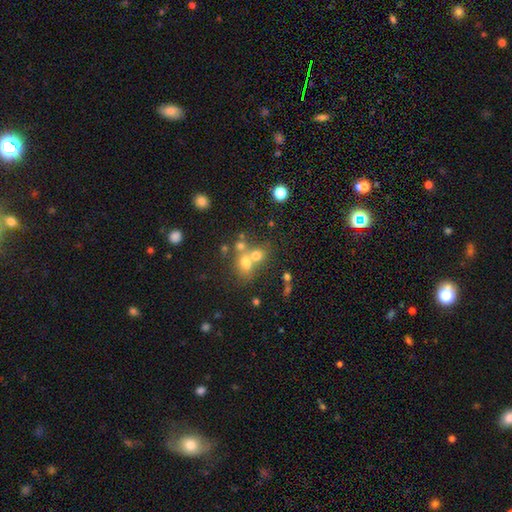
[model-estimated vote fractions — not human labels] Smooth or featured?
  - smooth: 63% *
  - featured or disk: 20%
  - star or artifact: 17%
How rounded?
  - round: 64% *
  - in between: 35%
  - cigar-shaped: 1%
Merging?
  - merger: 56% *
  - none: 32%
  - minor disturbance: 7%
  - major disturbance: 5%